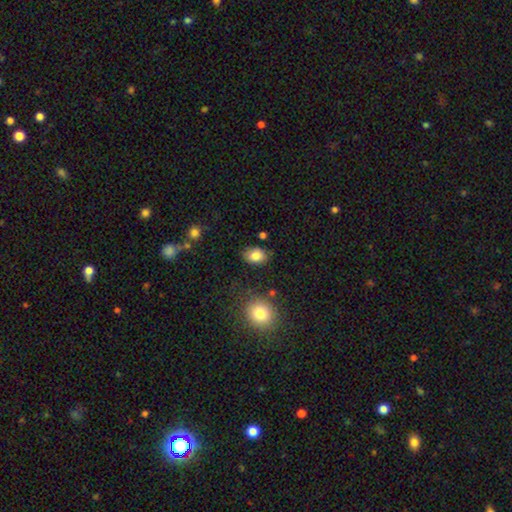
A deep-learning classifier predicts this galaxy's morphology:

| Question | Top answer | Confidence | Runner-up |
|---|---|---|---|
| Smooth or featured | smooth | 84% | star or artifact (9%) |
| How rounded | in between | 75% | round (24%) |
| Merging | none | 79% | minor disturbance (15%) |